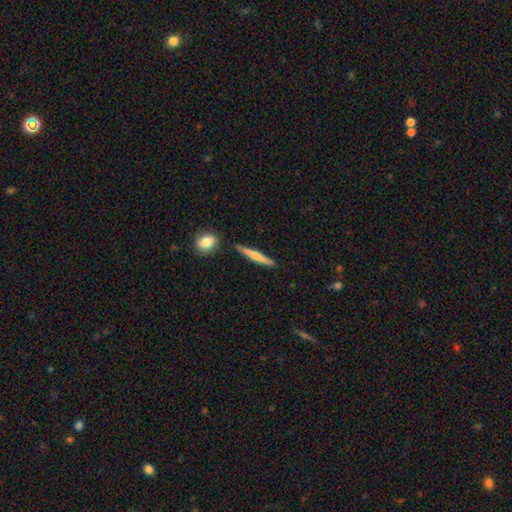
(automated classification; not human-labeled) smooth-or-featured: smooth: 52% | featured or disk: 42% | star or artifact: 6%
  how-rounded: cigar-shaped: 91% | in between: 6% | round: 3%
  merging: none: 85% | minor disturbance: 8% | merger: 4% | major disturbance: 2%